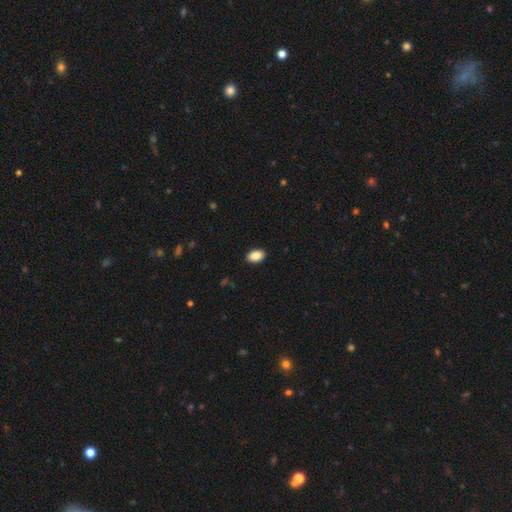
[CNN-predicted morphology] The model was most divided on "smooth or featured": smooth: 89%, star or artifact: 7%, featured or disk: 4%. More confident: how rounded — in between (91%); merging — none (90%).